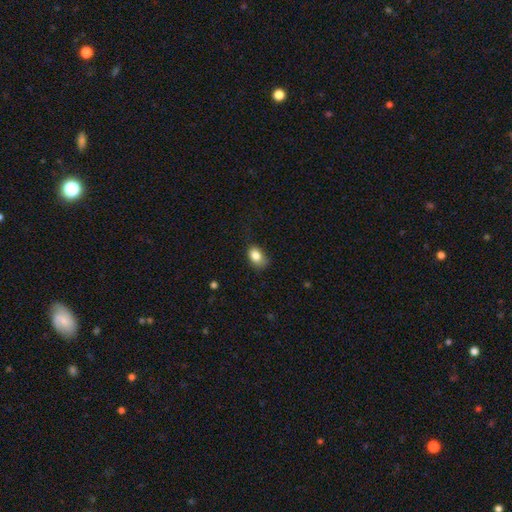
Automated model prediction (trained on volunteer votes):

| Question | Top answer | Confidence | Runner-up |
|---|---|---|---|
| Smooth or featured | smooth | 83% | star or artifact (9%) |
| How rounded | in between | 75% | round (24%) |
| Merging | none | 58% | minor disturbance (31%) |